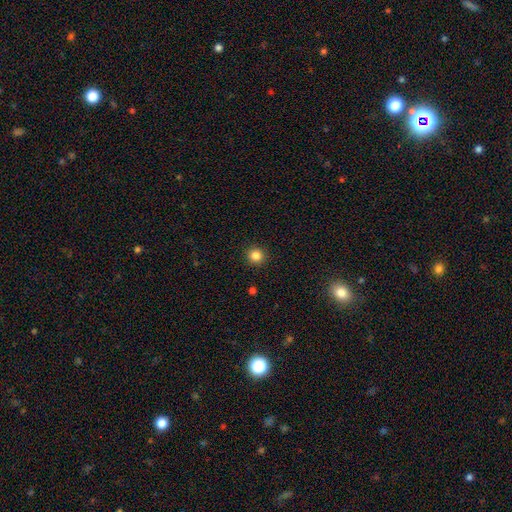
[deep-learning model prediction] Smooth or featured?
  - smooth: 84% *
  - star or artifact: 12%
  - featured or disk: 4%
How rounded?
  - round: 95% *
  - in between: 4%
  - cigar-shaped: 1%
Merging?
  - none: 92% *
  - minor disturbance: 5%
  - major disturbance: 2%
  - merger: 1%